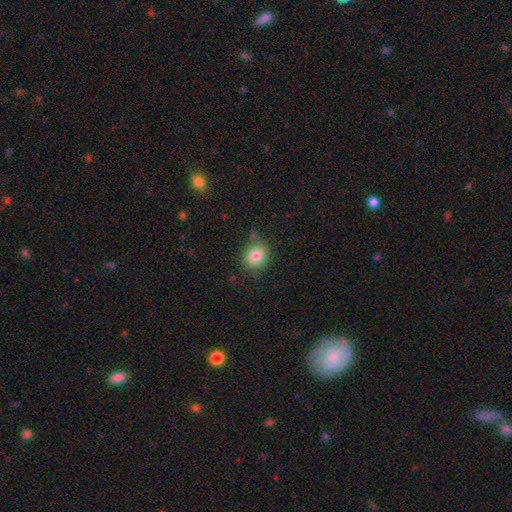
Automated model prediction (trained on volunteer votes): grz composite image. It shows a smooth galaxy with no disk features (82%) that is round (68%). Merging: none (71%).